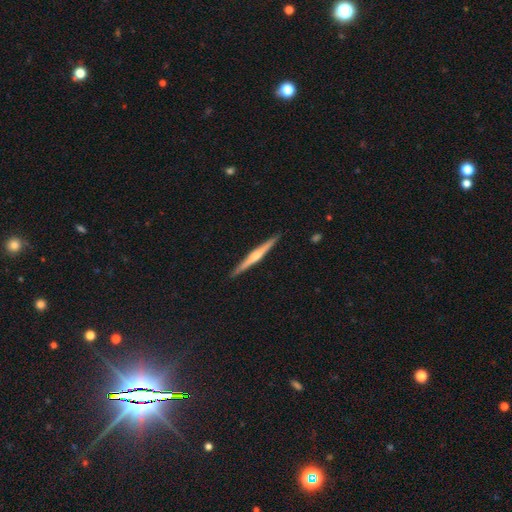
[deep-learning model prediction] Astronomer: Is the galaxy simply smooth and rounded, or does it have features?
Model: featured or disk — 66%.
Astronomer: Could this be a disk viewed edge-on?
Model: yes — 98%.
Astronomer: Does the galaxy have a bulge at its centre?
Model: rounded — 70%.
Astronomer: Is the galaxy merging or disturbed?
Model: none — 92%.